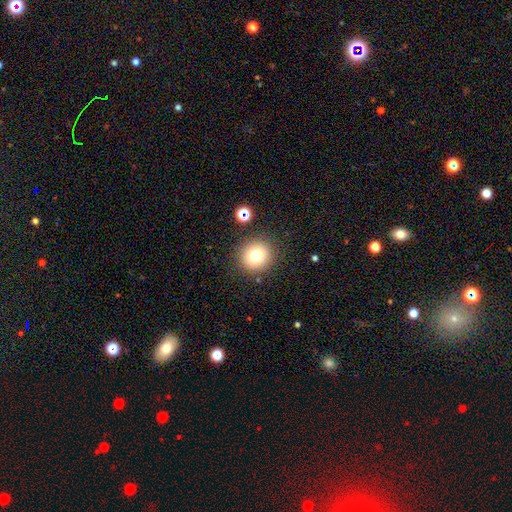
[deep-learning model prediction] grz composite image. It shows a smooth galaxy with no disk features (78%) that is round (92%). Merging: none (86%).